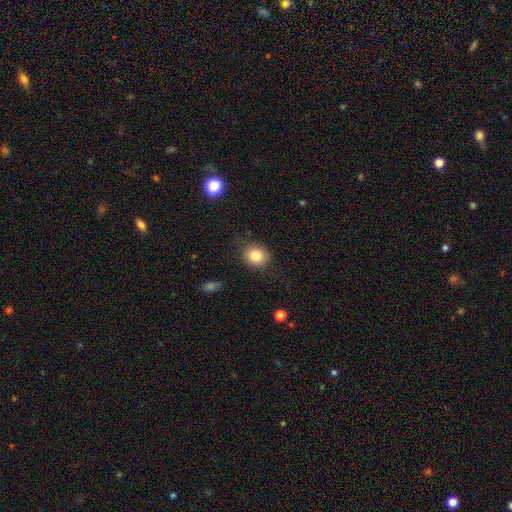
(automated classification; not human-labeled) This is clearly a smooth galaxy (82%). How rounded: likely round (65%). Merging: clearly none (82%).